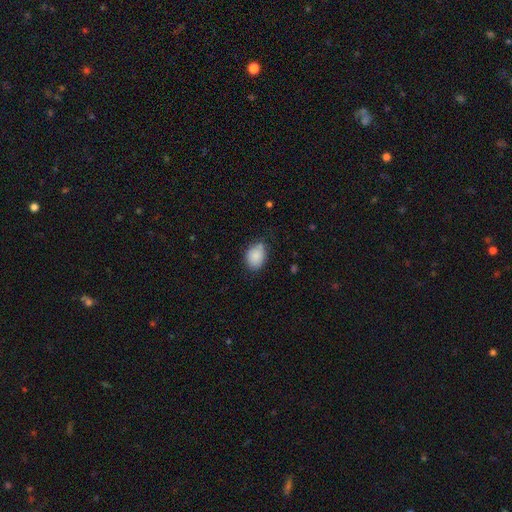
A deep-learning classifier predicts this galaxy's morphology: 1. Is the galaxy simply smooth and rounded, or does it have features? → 87% smooth, 8% star or artifact, 6% featured or disk.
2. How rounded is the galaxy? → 69% in between, 30% round, 1% cigar-shaped.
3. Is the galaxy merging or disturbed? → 65% none, 27% minor disturbance, 5% major disturbance, 3% merger.